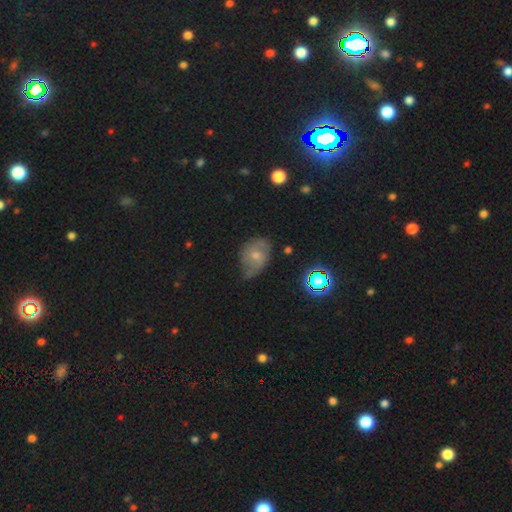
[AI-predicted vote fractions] Smooth or featured? Predicted: featured or disk (p=0.57). Edge-on disk? Predicted: no (p=0.96). Bar? Predicted: no (p=0.64). Spiral arms? Predicted: yes (p=0.82). Bulge size? Predicted: small (p=0.48). Merging? Predicted: none (p=0.47).